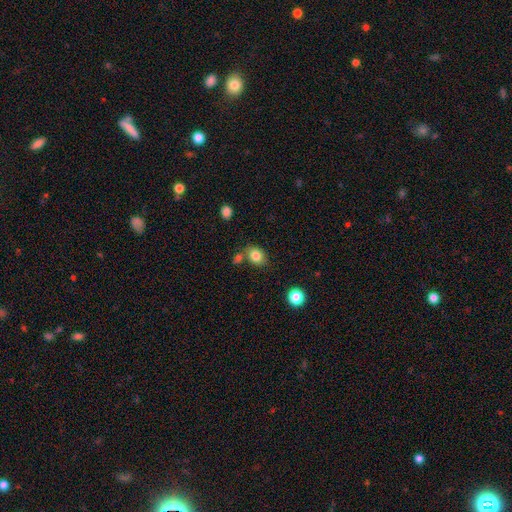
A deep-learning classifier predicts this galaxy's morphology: Overall: smooth (83%). How rounded: in between (57%; round 42%). Merging: none (65%).